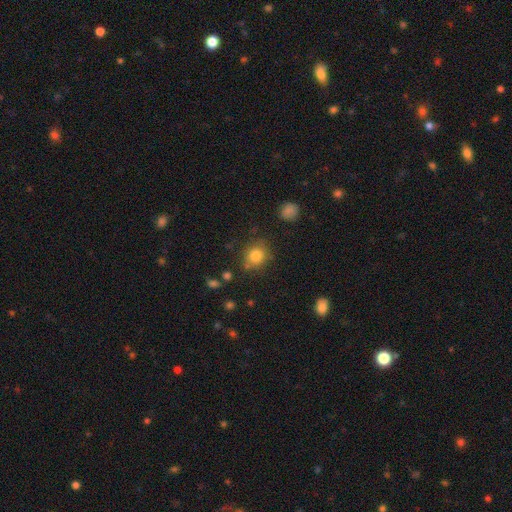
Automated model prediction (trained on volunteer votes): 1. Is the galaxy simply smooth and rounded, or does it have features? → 82% smooth, 11% star or artifact, 7% featured or disk.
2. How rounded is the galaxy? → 79% round, 20% in between, 1% cigar-shaped.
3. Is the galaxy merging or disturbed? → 77% none, 14% minor disturbance, 5% merger, 4% major disturbance.